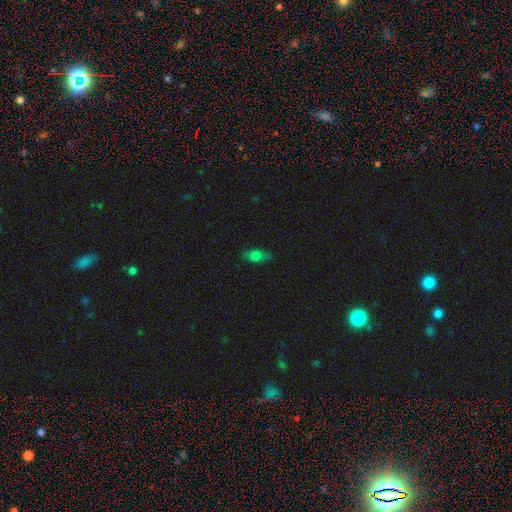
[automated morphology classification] The model was most divided on "smooth or featured": smooth: 71%, featured or disk: 19%, star or artifact: 11%. More confident: merging — none (75%); how rounded — in between (75%).